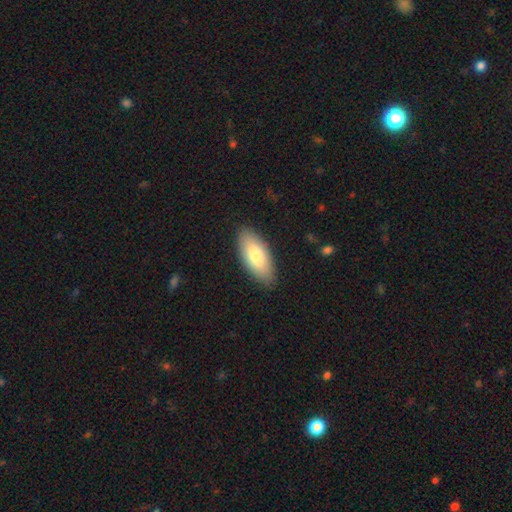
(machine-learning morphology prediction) smooth_or_featured: smooth (p=0.78) [alt: featured or disk p=0.16]
how_rounded: in between (p=0.86) [alt: cigar-shaped p=0.12]
merging: none (p=0.87) [alt: minor disturbance p=0.09]